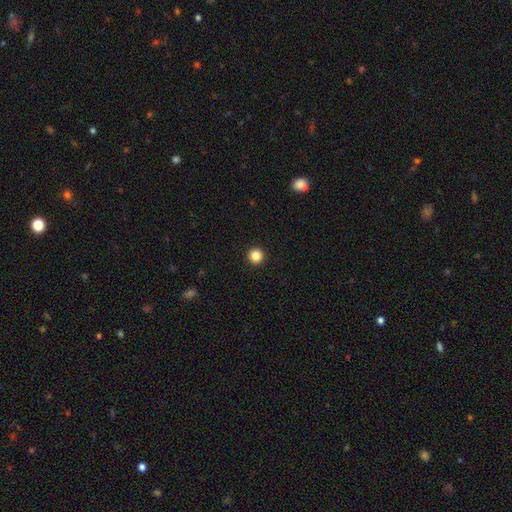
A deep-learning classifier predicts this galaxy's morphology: Smooth or featured: smooth — 86% (star or artifact — 11%)
How rounded: round — 96% (in between — 3%)
Merging: none — 94% (minor disturbance — 4%)